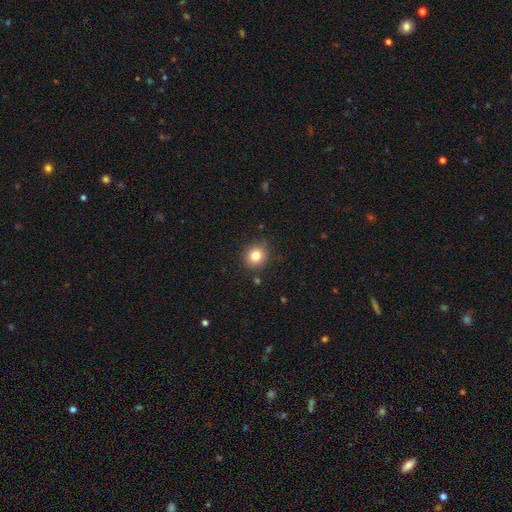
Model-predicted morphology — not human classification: Q: Smooth or featured?
A: smooth (82%); runner-up: star or artifact (11%)
Q: How rounded?
A: round (85%); runner-up: in between (15%)
Q: Merging?
A: none (87%); runner-up: minor disturbance (9%)